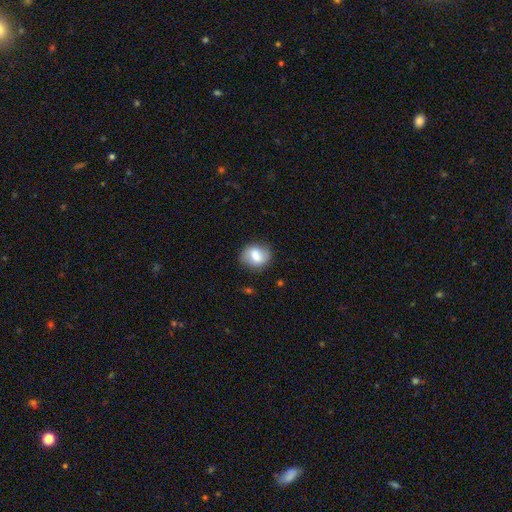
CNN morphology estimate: The model was most divided on "how rounded": round: 57%, in between: 41%, cigar-shaped: 1%. More confident: merging — none (77%); smooth or featured — smooth (68%).